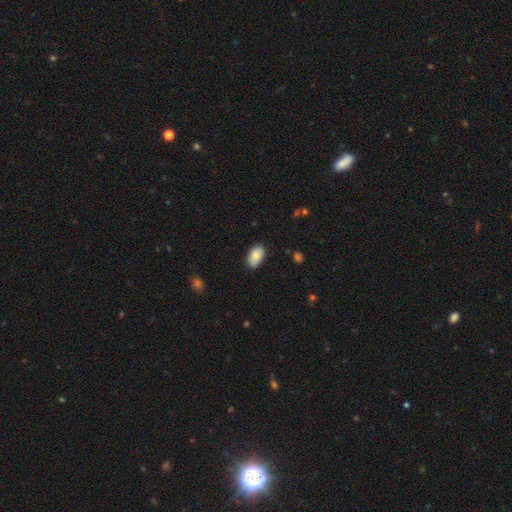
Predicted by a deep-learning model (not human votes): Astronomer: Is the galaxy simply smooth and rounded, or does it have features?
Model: smooth — 81%.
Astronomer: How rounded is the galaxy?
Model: in between — 93%.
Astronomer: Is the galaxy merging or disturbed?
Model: none — 80%.